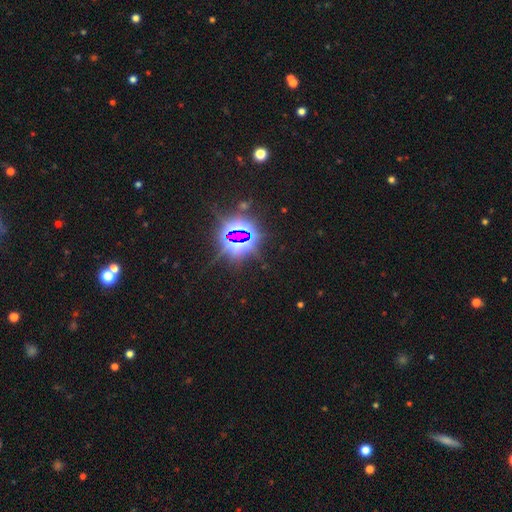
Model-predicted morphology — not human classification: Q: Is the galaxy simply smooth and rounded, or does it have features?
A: star or artifact — 79%.